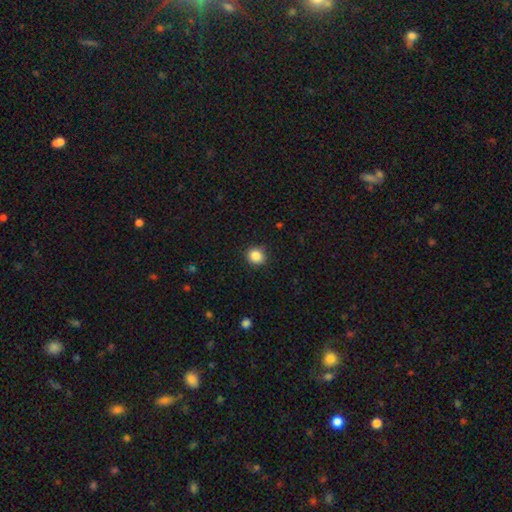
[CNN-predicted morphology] Smooth or featured: smooth — 86% (star or artifact — 10%)
How rounded: round — 87% (in between — 12%)
Merging: none — 90% (minor disturbance — 7%)